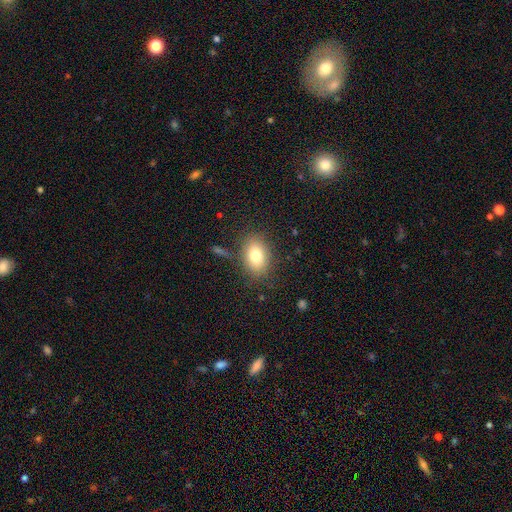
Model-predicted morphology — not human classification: The model was most divided on "how rounded": in between: 80%, round: 19%, cigar-shaped: 1%. More confident: merging — none (82%); smooth or featured — smooth (79%).